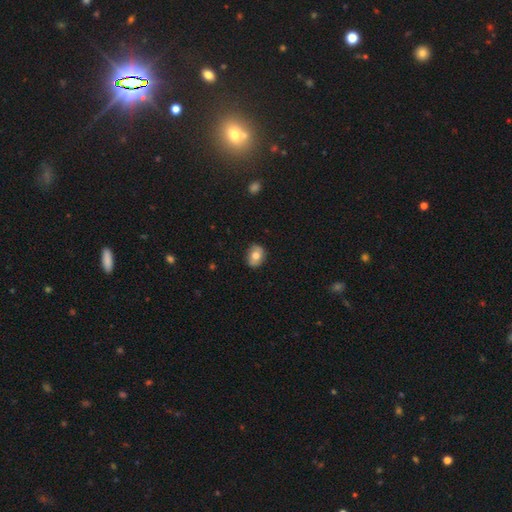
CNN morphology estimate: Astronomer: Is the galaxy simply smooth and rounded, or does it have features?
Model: smooth — 72%.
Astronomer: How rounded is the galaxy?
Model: in between — 54% (runner-up: round, 45%).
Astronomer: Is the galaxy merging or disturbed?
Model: none — 83%.